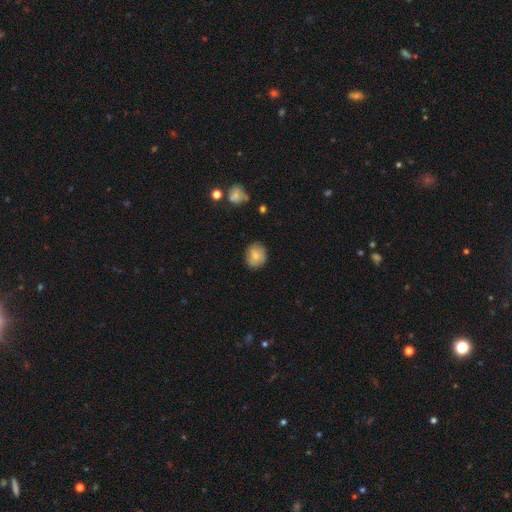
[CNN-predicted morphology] This is likely a smooth galaxy (78%). How rounded: likely round (75%). Merging: likely none (80%).